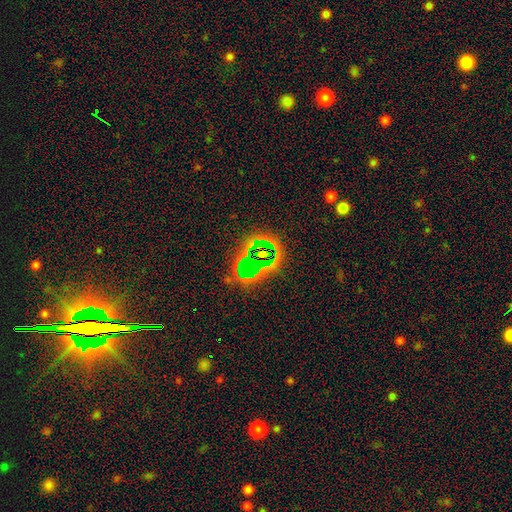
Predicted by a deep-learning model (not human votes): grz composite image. It shows a star or artifact, not a galaxy (58%).